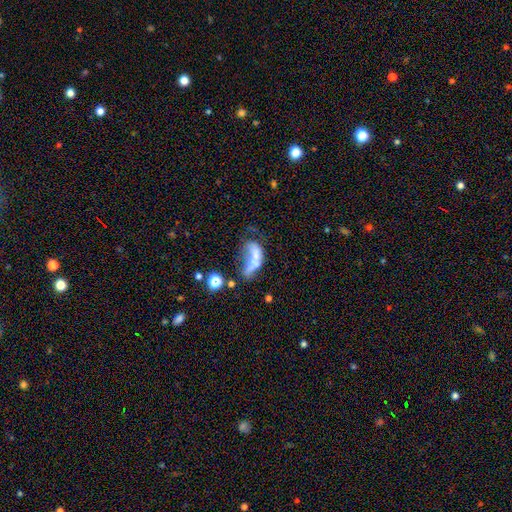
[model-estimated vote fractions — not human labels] Smooth or featured? Predicted: smooth (p=0.46). Merging? Predicted: merger (p=0.40).